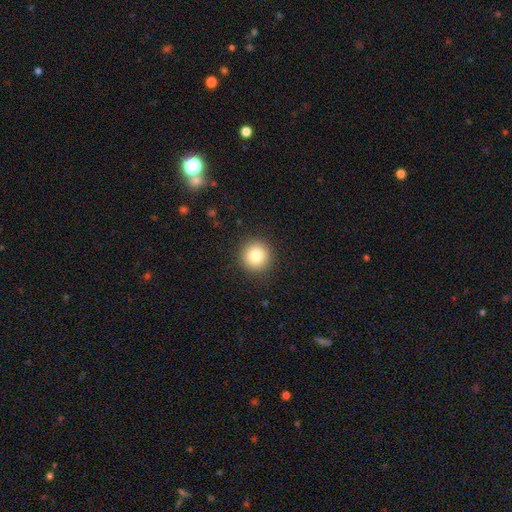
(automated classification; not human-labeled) Smooth or featured: smooth — 83% (star or artifact — 10%)
How rounded: round — 94% (in between — 5%)
Merging: none — 91% (minor disturbance — 6%)